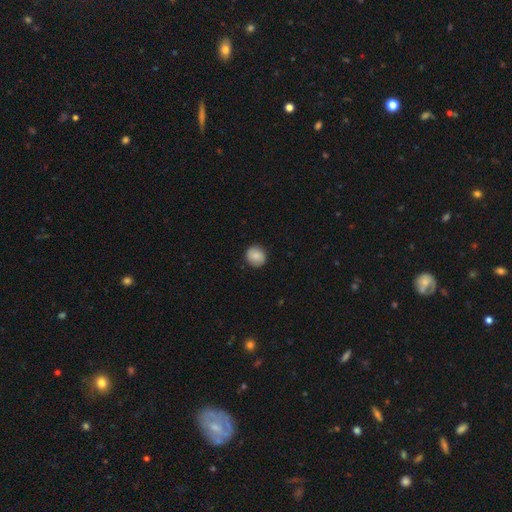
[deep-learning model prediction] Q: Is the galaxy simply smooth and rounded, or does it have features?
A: smooth — 82%.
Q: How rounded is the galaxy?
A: round — 88%.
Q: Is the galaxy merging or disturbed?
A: none — 89%.